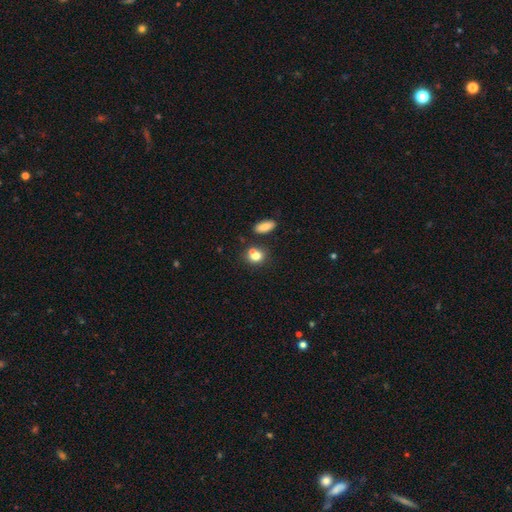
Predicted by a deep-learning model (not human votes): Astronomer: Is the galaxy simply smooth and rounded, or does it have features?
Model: smooth — 77%.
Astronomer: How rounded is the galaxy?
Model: round — 64%.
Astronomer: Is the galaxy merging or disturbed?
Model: none — 52% (runner-up: merger, 33%).